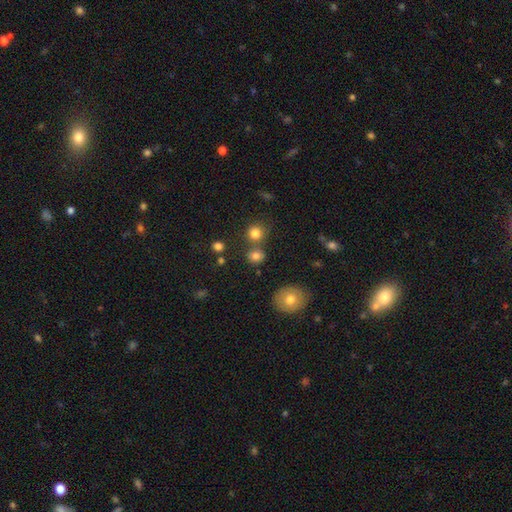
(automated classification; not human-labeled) Smooth or featured: smooth — 80% (star or artifact — 14%)
How rounded: round — 82% (in between — 17%)
Merging: none — 69% (merger — 19%)